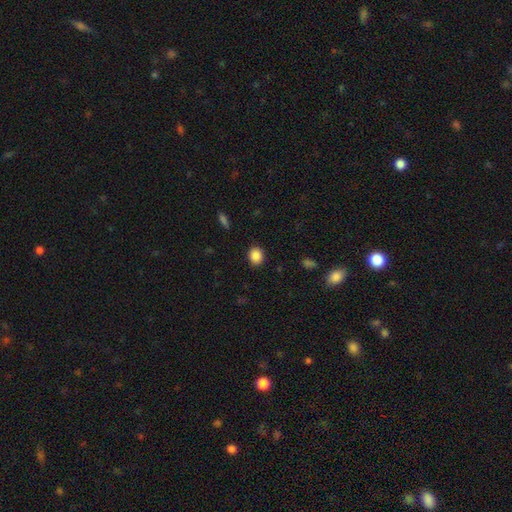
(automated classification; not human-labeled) smooth-or-featured: smooth: 87% | star or artifact: 9% | featured or disk: 3%
  how-rounded: round: 70% | in between: 29% | cigar-shaped: 1%
  merging: none: 90% | minor disturbance: 7% | major disturbance: 2% | merger: 1%